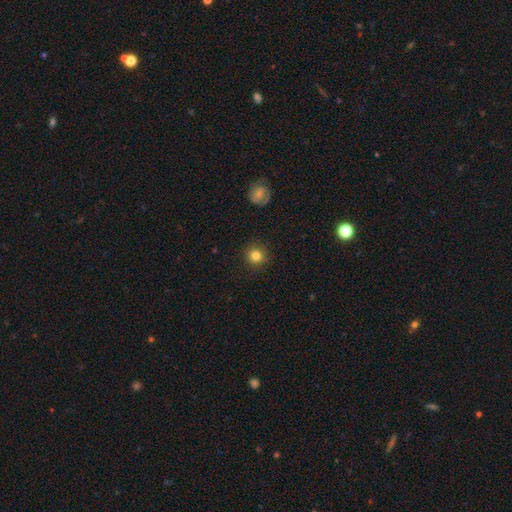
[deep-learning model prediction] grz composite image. It shows a smooth galaxy with no disk features (81%) that is round (94%). Merging: none (91%).